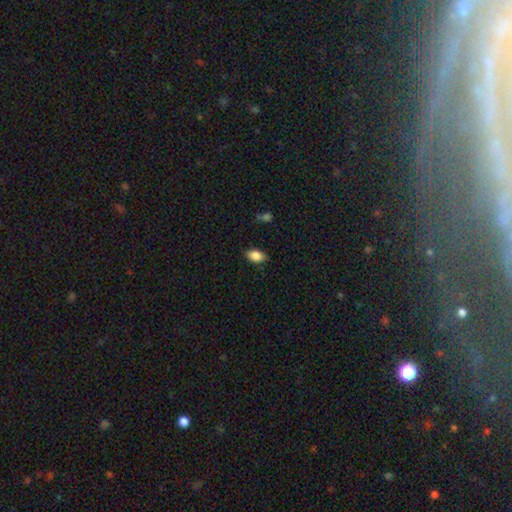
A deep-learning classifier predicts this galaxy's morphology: Smooth or featured?
  - smooth: 86% *
  - star or artifact: 8%
  - featured or disk: 6%
How rounded?
  - in between: 89% *
  - round: 8%
  - cigar-shaped: 2%
Merging?
  - none: 81% *
  - minor disturbance: 15%
  - major disturbance: 3%
  - merger: 1%